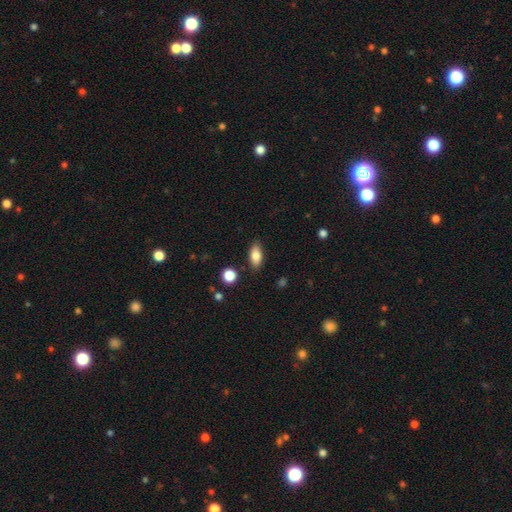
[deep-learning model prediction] A smooth galaxy with no disk features (80%) that is in between round and cigar-shaped (86%).

Vote fractions:
- Smooth or featured? smooth: 80% / featured or disk: 12% / star or artifact: 8%
- How rounded? in between: 86% / cigar-shaped: 9% / round: 5%
- Merging? none: 84% / minor disturbance: 11% / major disturbance: 2% / merger: 2%